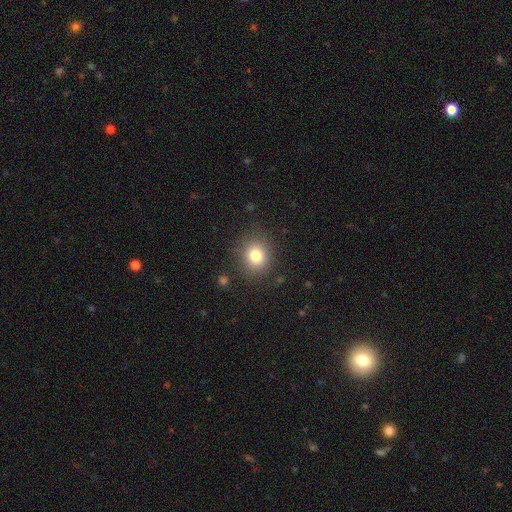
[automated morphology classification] Smooth or featured? smooth (79%)
How rounded? round (79%)
Merging? none (85%)